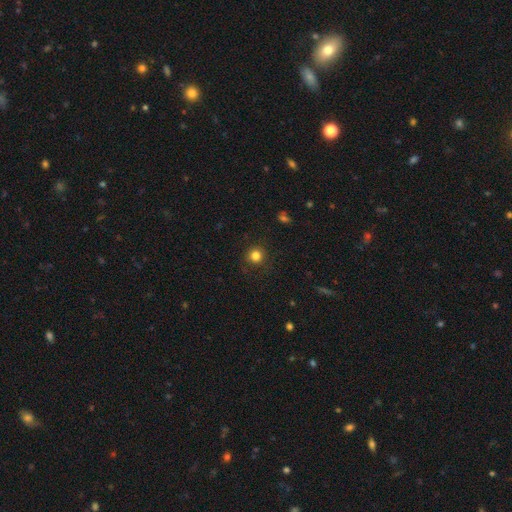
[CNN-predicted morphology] This appears to be a smooth galaxy with no disk features (82%) that is round (93%). Merging: none (89%).